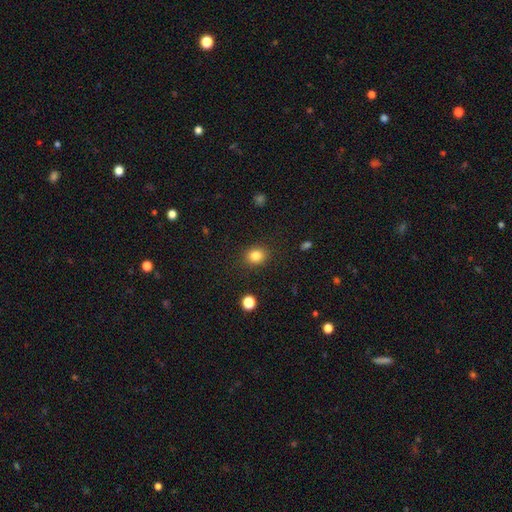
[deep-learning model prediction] Smooth or featured?
  - smooth: 83% *
  - star or artifact: 11%
  - featured or disk: 6%
How rounded?
  - round: 65% *
  - in between: 34%
  - cigar-shaped: 1%
Merging?
  - none: 88% *
  - minor disturbance: 8%
  - major disturbance: 3%
  - merger: 1%